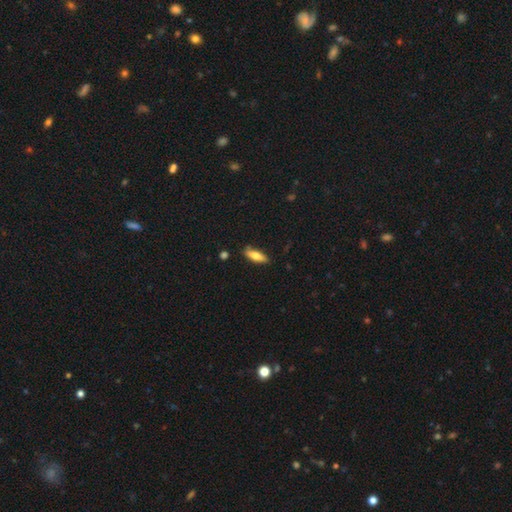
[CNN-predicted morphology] smooth-or-featured: smooth: 70% | featured or disk: 23% | star or artifact: 6%
  how-rounded: in between: 50% | cigar-shaped: 48% | round: 2%
  merging: none: 83% | minor disturbance: 13% | major disturbance: 2% | merger: 2%